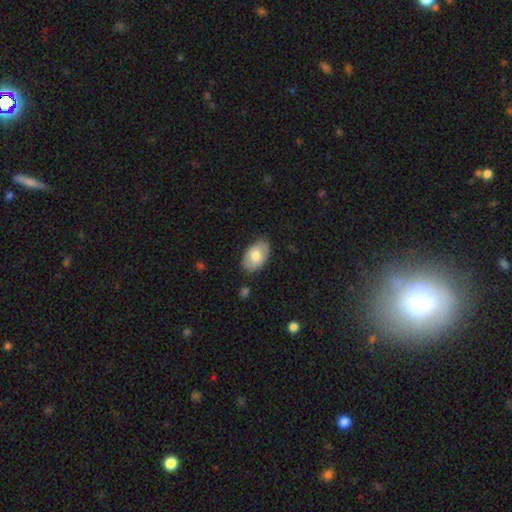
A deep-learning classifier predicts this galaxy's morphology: This is likely a smooth galaxy (69%). How rounded: clearly in between (91%). Merging: clearly none (80%).